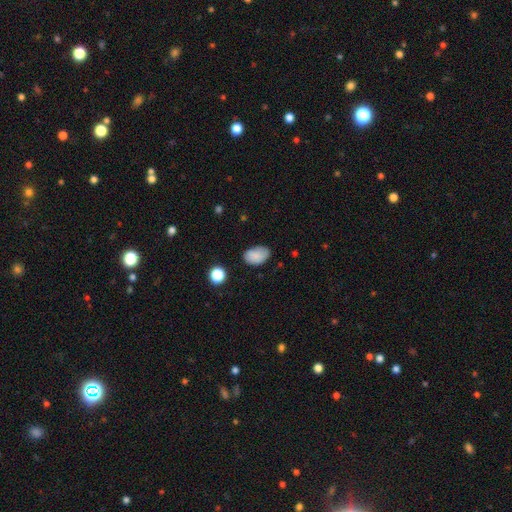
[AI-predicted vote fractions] This appears to be a smooth galaxy with no disk features (83%) that is in between round and cigar-shaped (87%). Merging: none (71%).